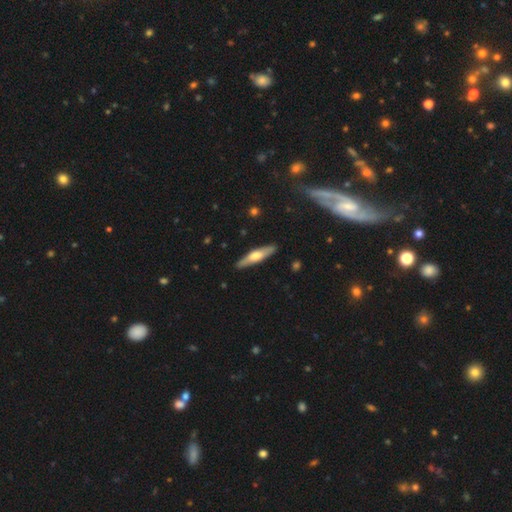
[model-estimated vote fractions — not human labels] This is possibly a smooth galaxy (49%). Merging: clearly none (89%).